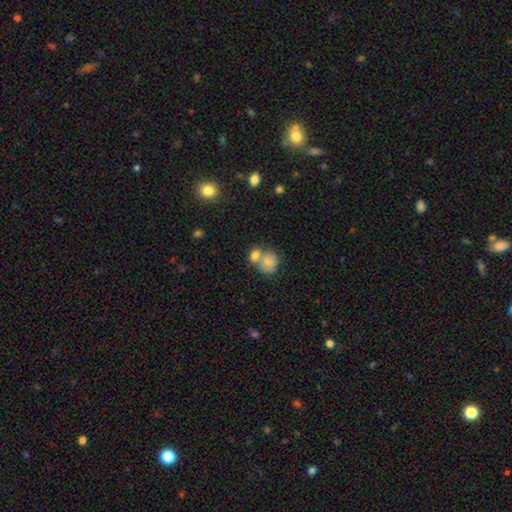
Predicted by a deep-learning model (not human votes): Morphology: type=smooth (78%); roundness=round (63%); merging=merger (51%).